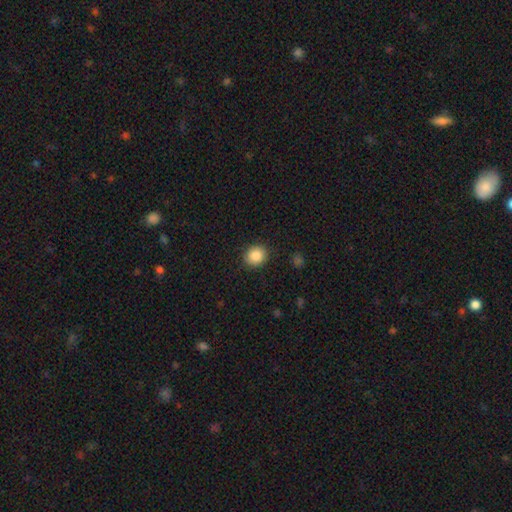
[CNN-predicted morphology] smooth 87%, star or artifact 9%, featured or disk 4%. Down the decision tree: how rounded — round (77%); merging — none (89%).